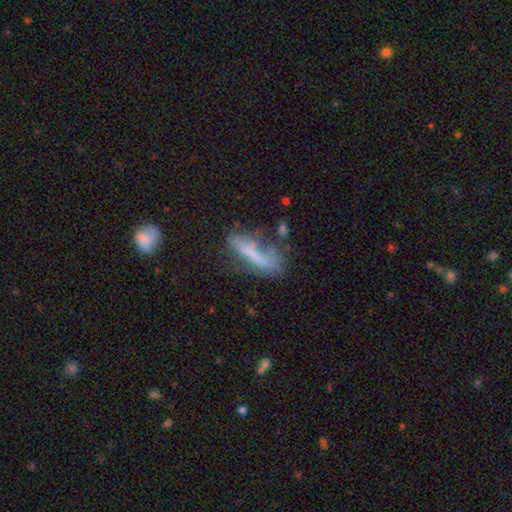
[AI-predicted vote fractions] Smooth or featured? Predicted: smooth (p=0.53). How rounded? Predicted: cigar-shaped (p=0.75). Merging? Predicted: none (p=0.43).